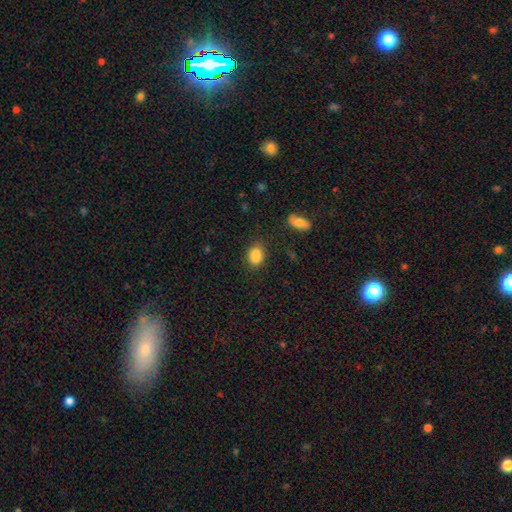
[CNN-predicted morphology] Smooth or featured? Predicted: smooth (p=0.87). How rounded? Predicted: in between (p=0.71). Merging? Predicted: none (p=0.79).